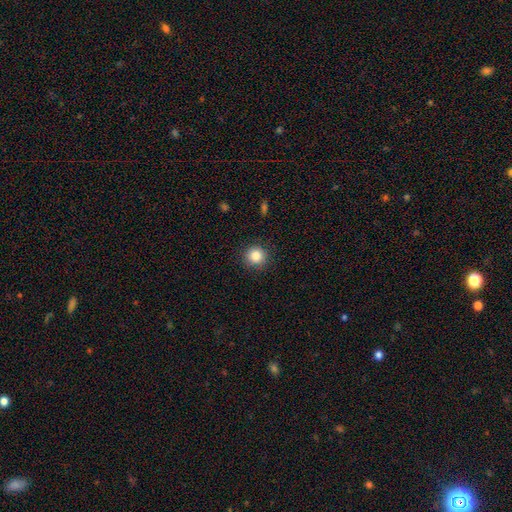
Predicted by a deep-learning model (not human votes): smooth_or_featured: smooth (p=0.85) [alt: star or artifact p=0.10]
how_rounded: round (p=0.94) [alt: in between p=0.05]
merging: none (p=0.90) [alt: minor disturbance p=0.07]